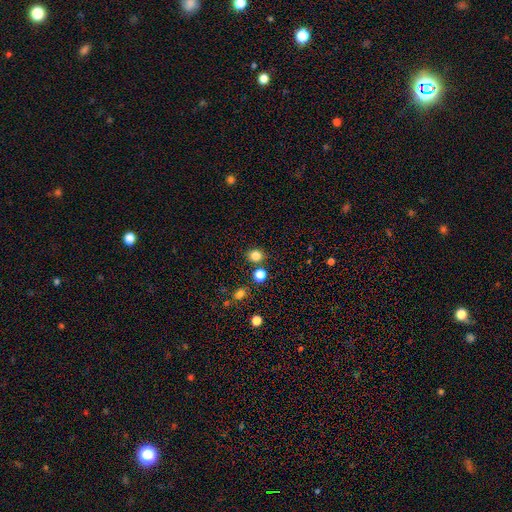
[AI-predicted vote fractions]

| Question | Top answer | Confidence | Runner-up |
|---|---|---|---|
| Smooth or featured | smooth | 81% | star or artifact (14%) |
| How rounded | round | 78% | in between (21%) |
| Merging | none | 81% | minor disturbance (9%) |